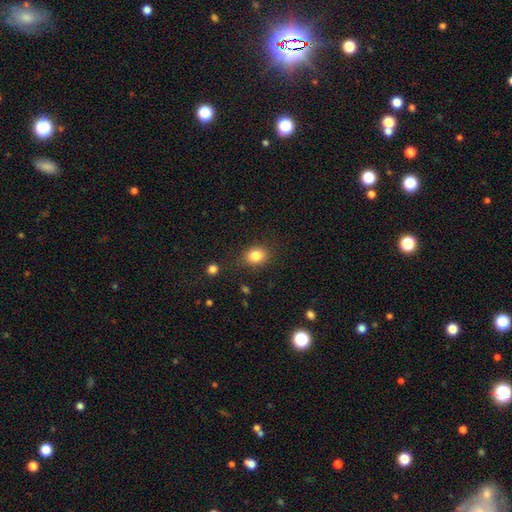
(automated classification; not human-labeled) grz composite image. It shows a smooth galaxy with no disk features (83%) that is round (52%). Merging: none (83%).